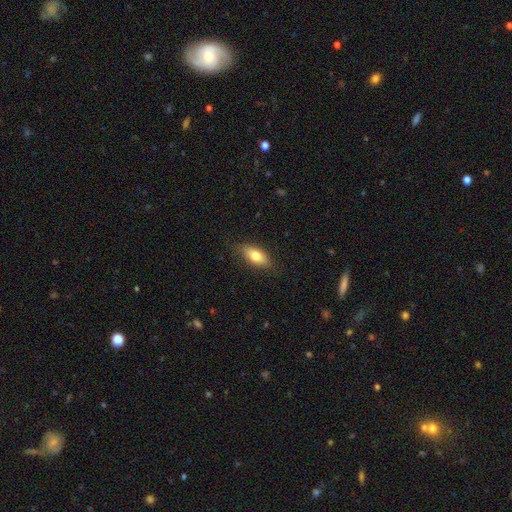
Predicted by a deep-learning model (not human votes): Smooth or featured? smooth (76%)
How rounded? in between (82%)
Merging? none (82%)